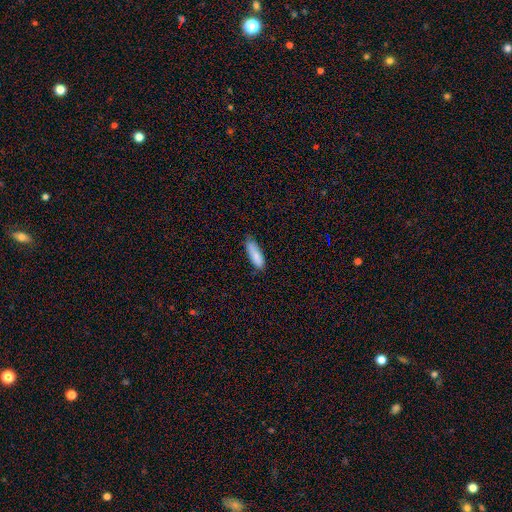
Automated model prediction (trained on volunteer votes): This is clearly a smooth galaxy (85%). How rounded: possibly in between (55%). Merging: likely none (72%).